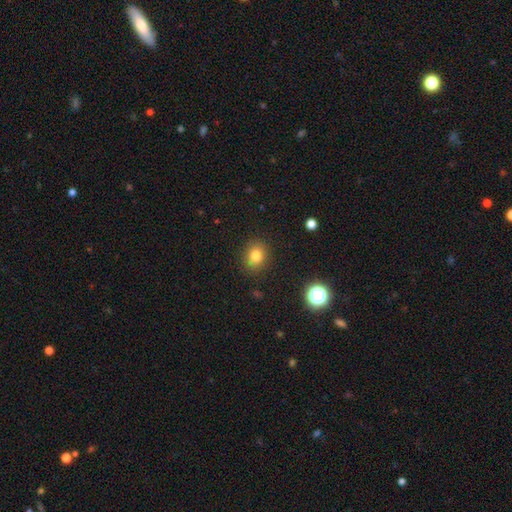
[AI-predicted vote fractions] smooth 79%, star or artifact 13%, featured or disk 8%. Down the decision tree: how rounded — round (61%); merging — none (88%).